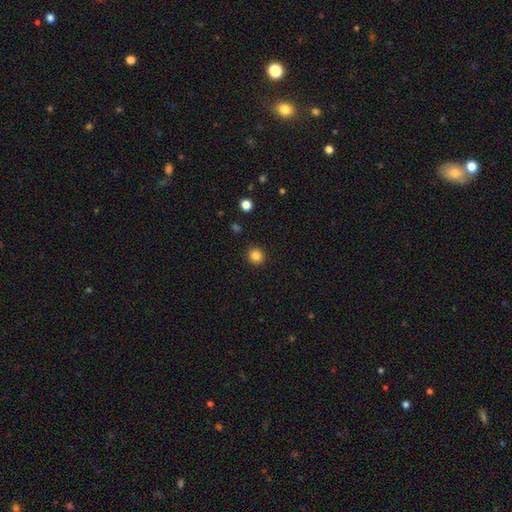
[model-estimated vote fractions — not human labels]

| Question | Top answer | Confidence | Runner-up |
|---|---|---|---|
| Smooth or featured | smooth | 84% | star or artifact (11%) |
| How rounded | round | 88% | in between (11%) |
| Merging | none | 91% | minor disturbance (6%) |